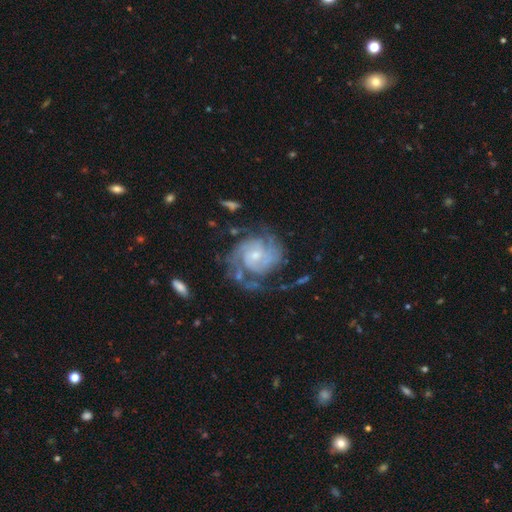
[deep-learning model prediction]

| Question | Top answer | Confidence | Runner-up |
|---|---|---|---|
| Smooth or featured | featured or disk | 88% | smooth (7%) |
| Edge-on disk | no | 98% | yes (2%) |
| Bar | no | 64% | weak (30%) |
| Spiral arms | yes | 96% | no (4%) |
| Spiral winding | tight | 57% | medium (34%) |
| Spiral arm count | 2 | 41% | can't tell (22%) |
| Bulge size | small | 63% | moderate (30%) |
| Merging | none | 60% | minor disturbance (19%) |